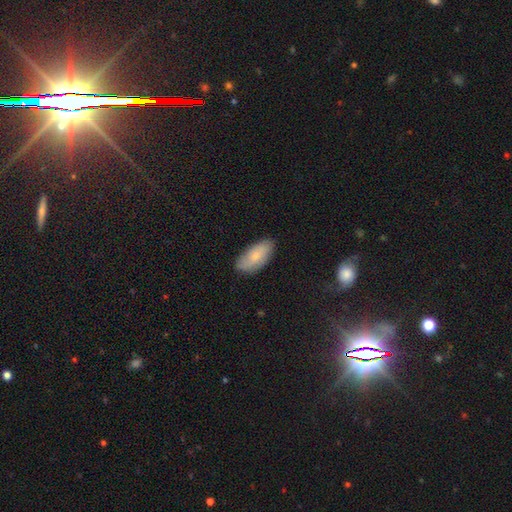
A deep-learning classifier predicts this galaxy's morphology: Smooth or featured? smooth (74%)
How rounded? in between (91%)
Merging? none (81%)